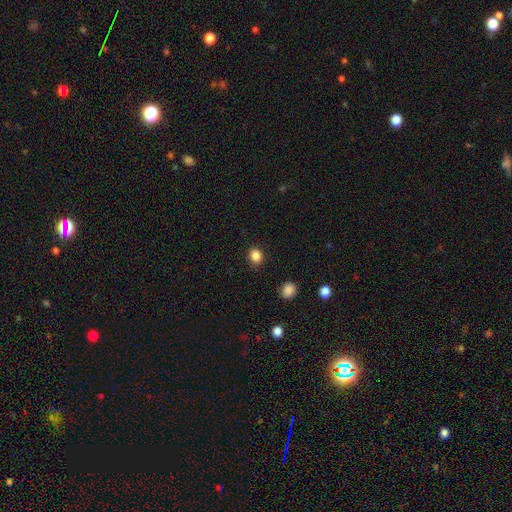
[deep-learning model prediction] Morphology: type=smooth (85%); roundness=round (69%); merging=none (86%).